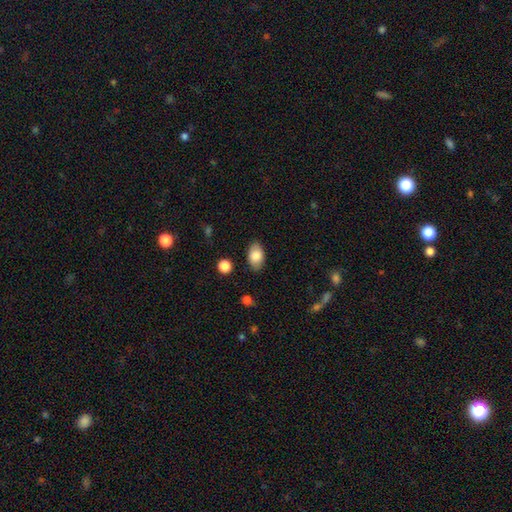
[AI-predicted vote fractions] Smooth or featured? smooth (83%)
How rounded? in between (91%)
Merging? none (85%)